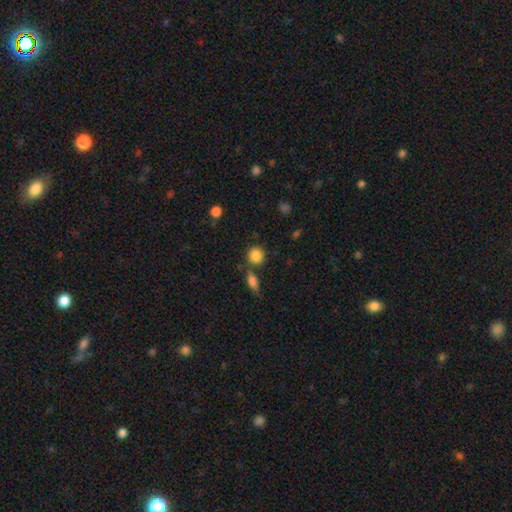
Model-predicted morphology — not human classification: Q: Smooth or featured?
A: smooth (86%); runner-up: star or artifact (9%)
Q: How rounded?
A: round (85%); runner-up: in between (13%)
Q: Merging?
A: none (72%); runner-up: merger (14%)